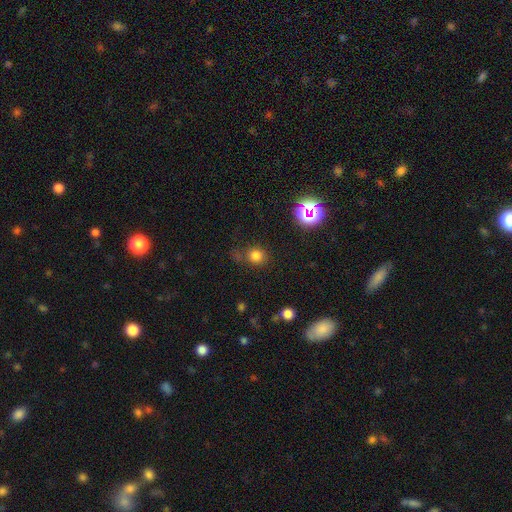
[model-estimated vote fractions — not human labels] Q: Smooth or featured?
A: smooth (75%); runner-up: star or artifact (19%)
Q: How rounded?
A: round (82%); runner-up: in between (17%)
Q: Merging?
A: none (69%); runner-up: minor disturbance (17%)